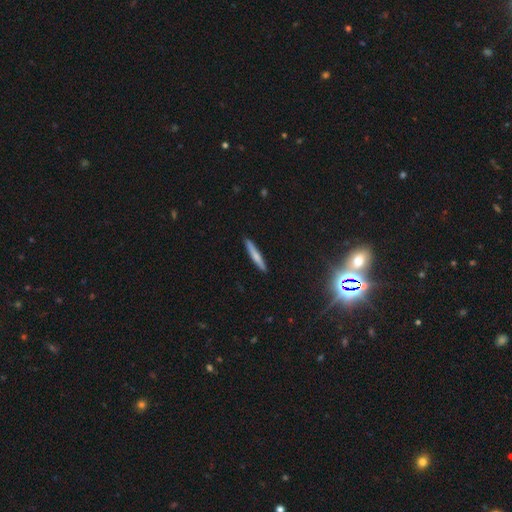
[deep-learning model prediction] smooth-or-featured: smooth: 66% | featured or disk: 28% | star or artifact: 6%
  how-rounded: cigar-shaped: 95% | in between: 4% | round: 1%
  merging: none: 91% | minor disturbance: 6% | major disturbance: 1% | merger: 1%